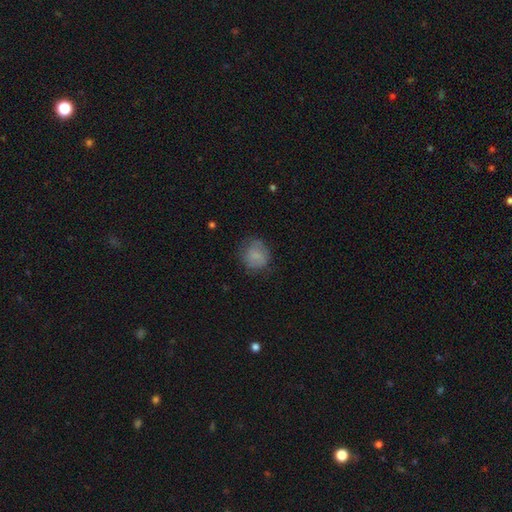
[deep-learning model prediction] Q: Smooth or featured?
A: smooth (75%); runner-up: featured or disk (16%)
Q: How rounded?
A: round (80%); runner-up: in between (19%)
Q: Merging?
A: none (67%); runner-up: minor disturbance (22%)